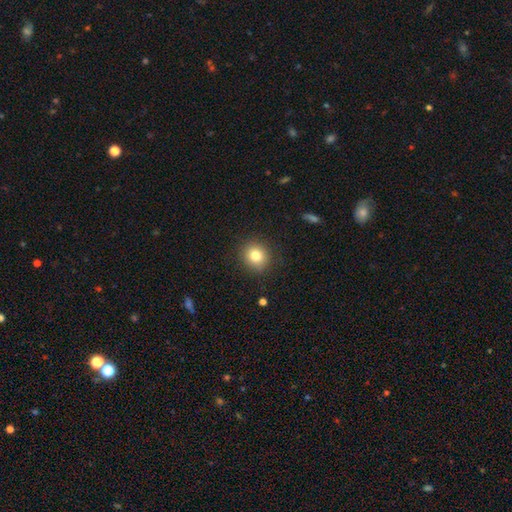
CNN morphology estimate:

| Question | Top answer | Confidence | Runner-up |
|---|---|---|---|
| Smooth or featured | smooth | 81% | star or artifact (11%) |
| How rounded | round | 84% | in between (15%) |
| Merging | none | 89% | minor disturbance (8%) |